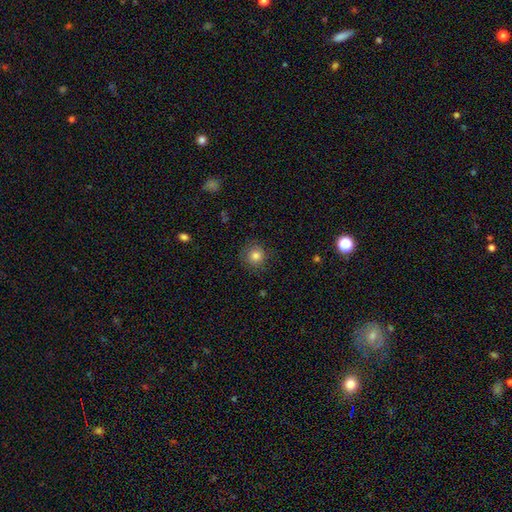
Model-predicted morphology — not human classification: Smooth or featured?
  - smooth: 79% *
  - star or artifact: 10%
  - featured or disk: 10%
How rounded?
  - round: 92% *
  - in between: 7%
  - cigar-shaped: 1%
Merging?
  - none: 82% *
  - minor disturbance: 12%
  - major disturbance: 4%
  - merger: 1%